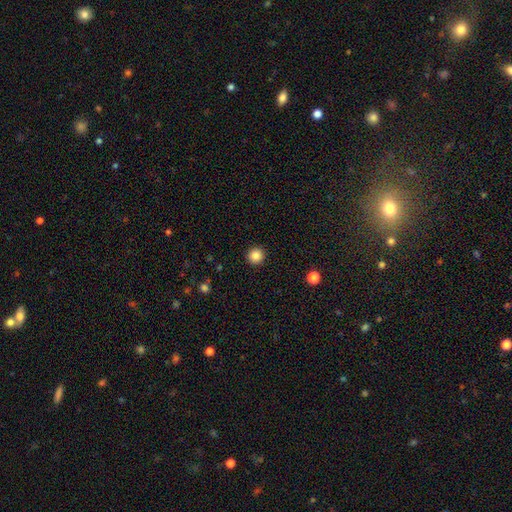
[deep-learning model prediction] smooth_or_featured: smooth (p=0.85) [alt: star or artifact p=0.11]
how_rounded: round (p=0.95) [alt: in between p=0.04]
merging: none (p=0.93) [alt: minor disturbance p=0.04]